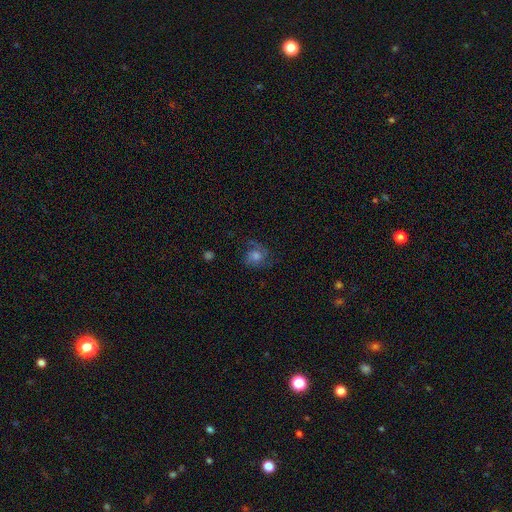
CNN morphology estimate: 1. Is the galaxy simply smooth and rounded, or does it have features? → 46% featured or disk, 39% smooth, 16% star or artifact.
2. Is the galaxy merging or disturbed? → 63% none, 20% minor disturbance, 15% major disturbance, 2% merger.